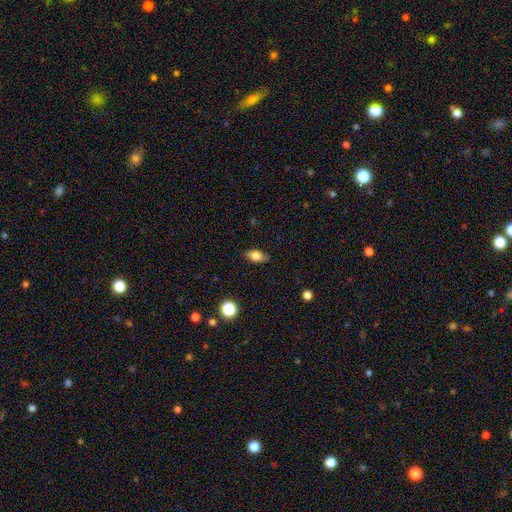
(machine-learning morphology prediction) Overall: smooth (75%). How rounded: in between (82%). Merging: none (82%).